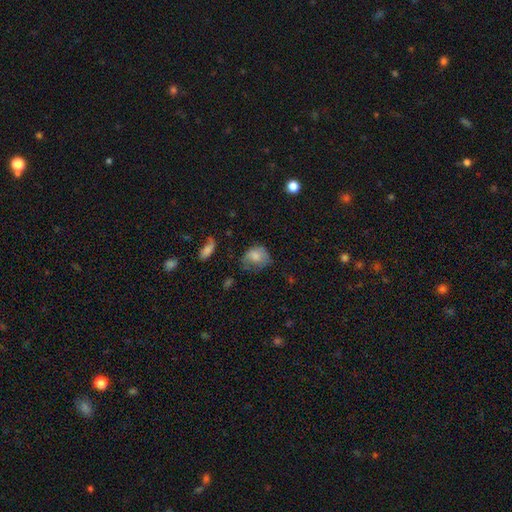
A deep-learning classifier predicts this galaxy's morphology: smooth_or_featured: smooth (p=0.71) [alt: featured or disk p=0.21]
how_rounded: round (p=0.53) [alt: in between p=0.46]
merging: none (p=0.39) [alt: minor disturbance p=0.35]